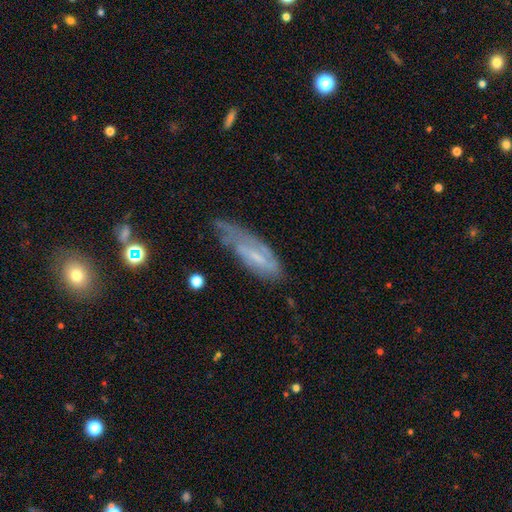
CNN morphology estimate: Smooth or featured? Predicted: featured or disk (p=0.59). Edge-on disk? Predicted: no (p=0.76). Merging? Predicted: none (p=0.40).